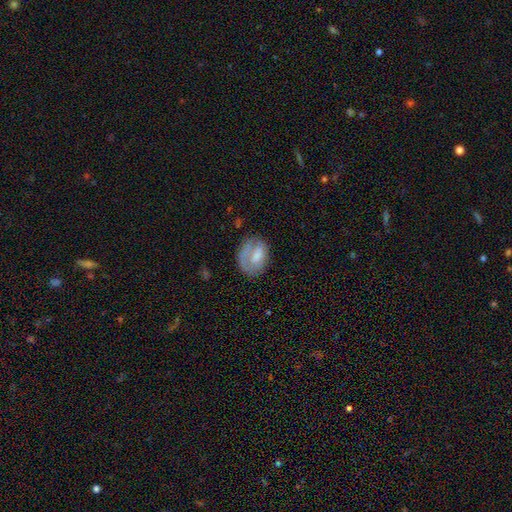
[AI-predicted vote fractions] smooth-or-featured: smooth: 57% | featured or disk: 36% | star or artifact: 7%
  how-rounded: in between: 67% | round: 31% | cigar-shaped: 2%
  merging: none: 52% | minor disturbance: 25% | major disturbance: 20% | merger: 3%